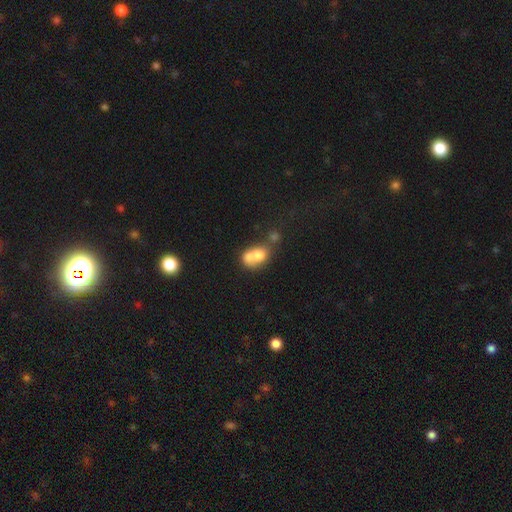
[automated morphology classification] Q: Smooth or featured?
A: smooth (69%); runner-up: featured or disk (21%)
Q: How rounded?
A: in between (65%); runner-up: round (33%)
Q: Merging?
A: merger (65%); runner-up: none (18%)